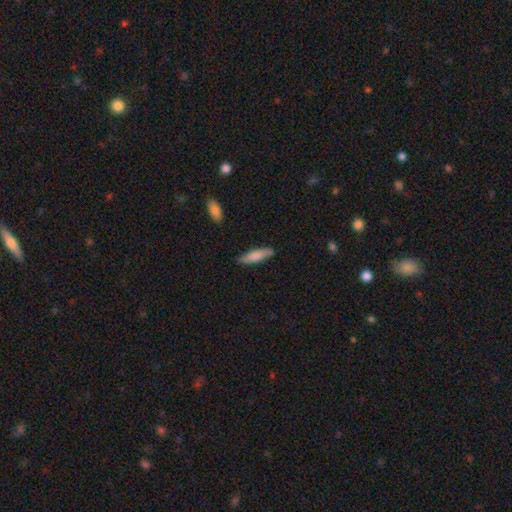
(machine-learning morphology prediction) A smooth galaxy with no disk features (77%) that is cigar-shaped (66%). Merging: none (81%).